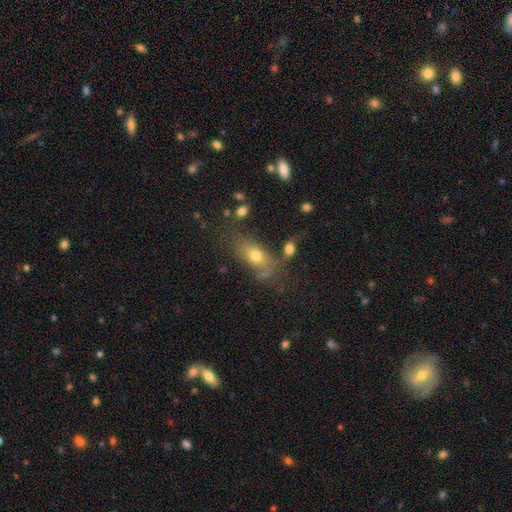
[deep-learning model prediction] The model was most divided on "merging": none: 59%, minor disturbance: 19%, merger: 12%, major disturbance: 10%. More confident: how rounded — in between (81%); smooth or featured — smooth (70%).